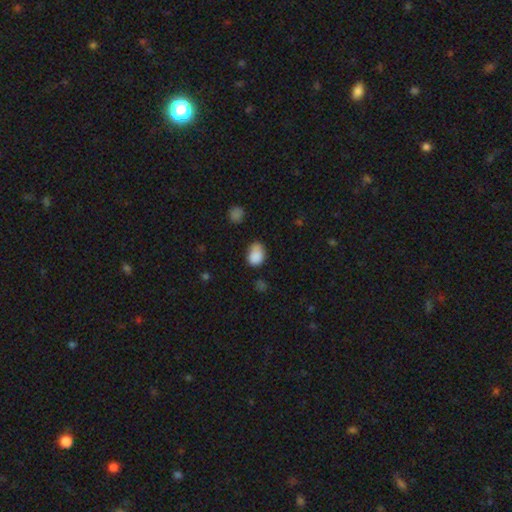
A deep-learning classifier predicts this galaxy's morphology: Smooth or featured?
  - smooth: 85% *
  - star or artifact: 9%
  - featured or disk: 5%
How rounded?
  - in between: 74% *
  - round: 25%
  - cigar-shaped: 1%
Merging?
  - none: 51% *
  - minor disturbance: 35%
  - major disturbance: 9%
  - merger: 5%